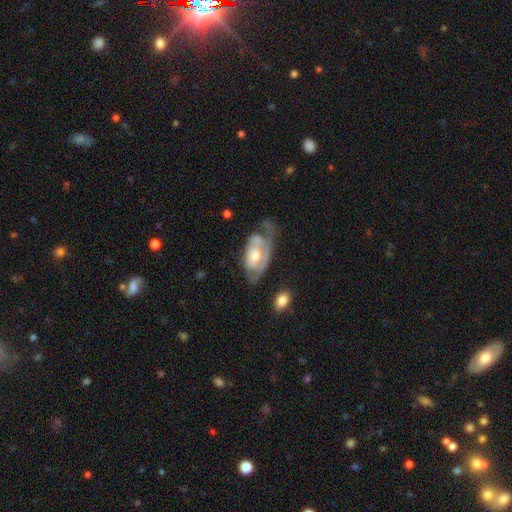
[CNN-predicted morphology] Smooth or featured: featured or disk — 68% (smooth — 26%)
Edge-on disk: no — 92% (yes — 8%)
Bar: no — 72% (weak — 23%)
Spiral arms: yes — 69% (no — 31%)
Bulge size: moderate — 58% (small — 28%)
Merging: major disturbance — 35% (none — 32%)